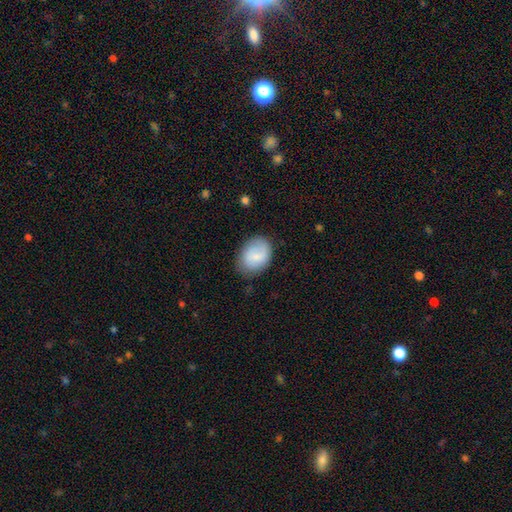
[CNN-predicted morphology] Smooth or featured?
  - smooth: 75% *
  - featured or disk: 19%
  - star or artifact: 7%
How rounded?
  - in between: 67% *
  - round: 32%
  - cigar-shaped: 1%
Merging?
  - none: 74% *
  - minor disturbance: 20%
  - major disturbance: 5%
  - merger: 1%